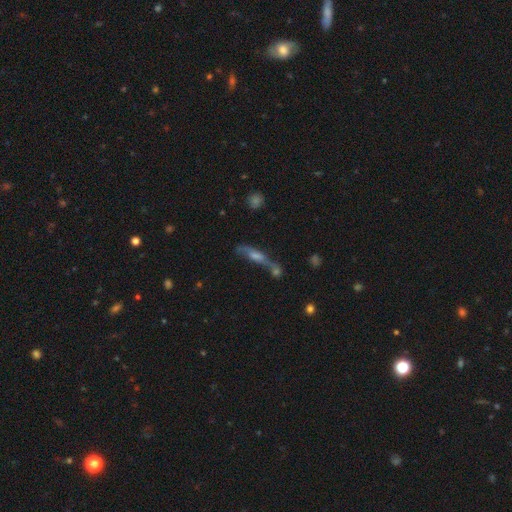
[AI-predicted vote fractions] smooth_or_featured: featured or disk (p=0.51) [alt: smooth p=0.35]
disk_edge_on: yes (p=0.68) [alt: no p=0.32]
merging: none (p=0.40) [alt: merger p=0.32]